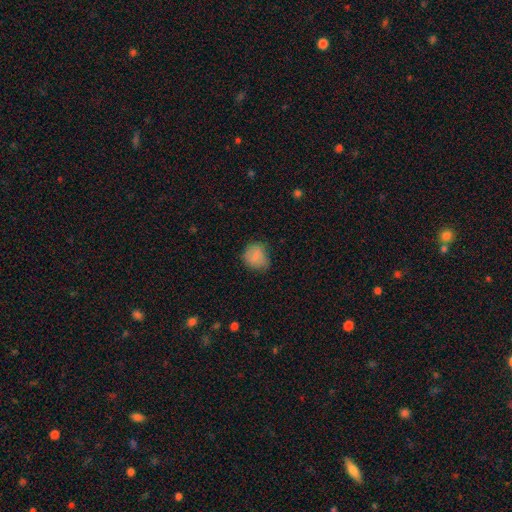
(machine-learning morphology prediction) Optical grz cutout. It shows a smooth galaxy with no disk features (79%) that is round (67%). Merging: none (61%).